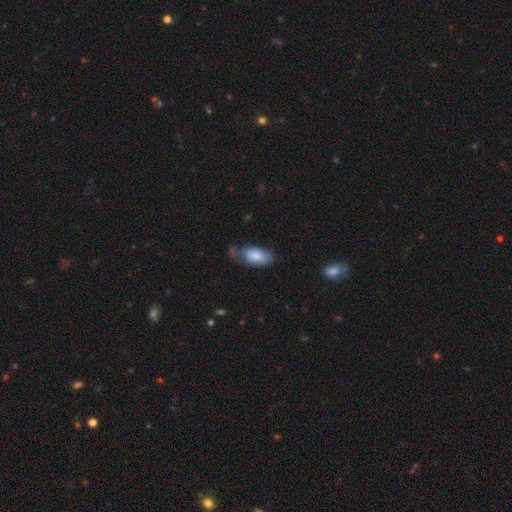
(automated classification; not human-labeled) Overall: smooth (81%). How rounded: in between (93%). Merging: none (41%; minor disturbance 36%).